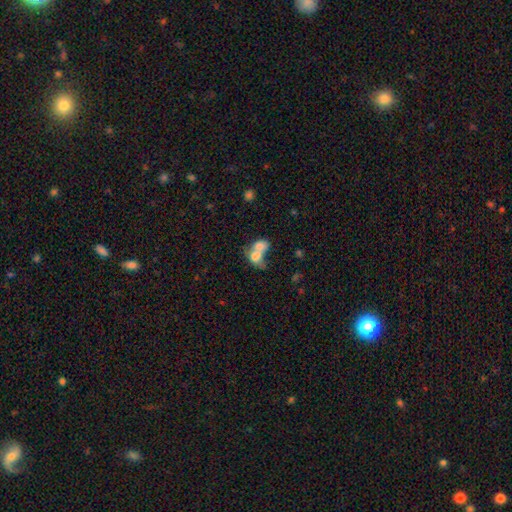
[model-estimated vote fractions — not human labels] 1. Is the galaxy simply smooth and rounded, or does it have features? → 68% smooth, 22% featured or disk, 9% star or artifact.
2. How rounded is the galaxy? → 61% in between, 37% round, 2% cigar-shaped.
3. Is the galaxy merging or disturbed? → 78% merger, 11% none, 6% major disturbance, 5% minor disturbance.